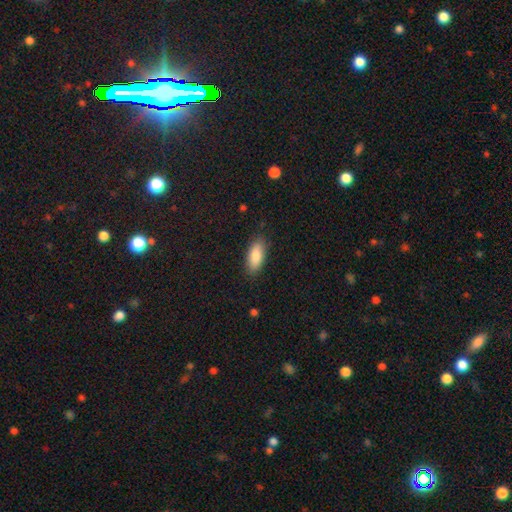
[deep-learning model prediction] This is clearly a smooth galaxy (85%). How rounded: clearly in between (82%). Merging: clearly none (85%).